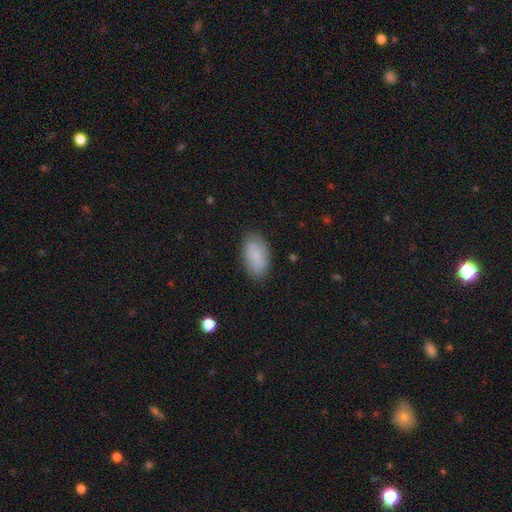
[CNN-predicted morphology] smooth 77%, featured or disk 15%, star or artifact 7%. Down the decision tree: how rounded — in between (94%); merging — none (80%).